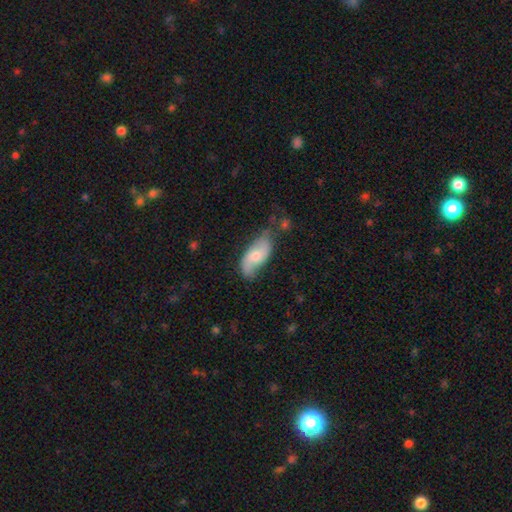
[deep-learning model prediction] Smooth or featured: smooth — 50% (featured or disk — 43%)
How rounded: in between — 88% (cigar-shaped — 9%)
Merging: none — 61% (minor disturbance — 28%)